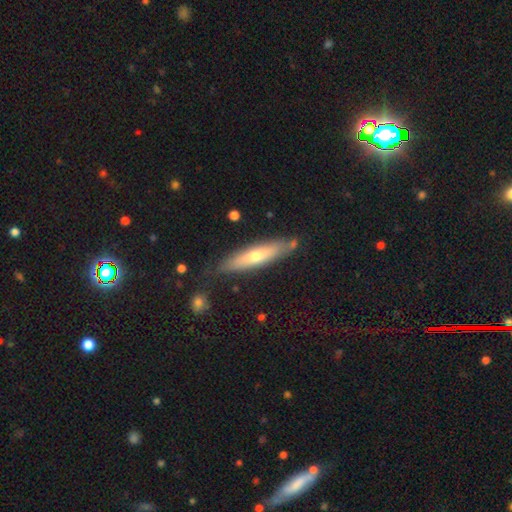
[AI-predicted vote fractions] Smooth or featured?
  - smooth: 53% *
  - featured or disk: 41%
  - star or artifact: 6%
How rounded?
  - cigar-shaped: 80% *
  - in between: 19%
  - round: 1%
Merging?
  - none: 79% *
  - minor disturbance: 14%
  - merger: 4%
  - major disturbance: 3%